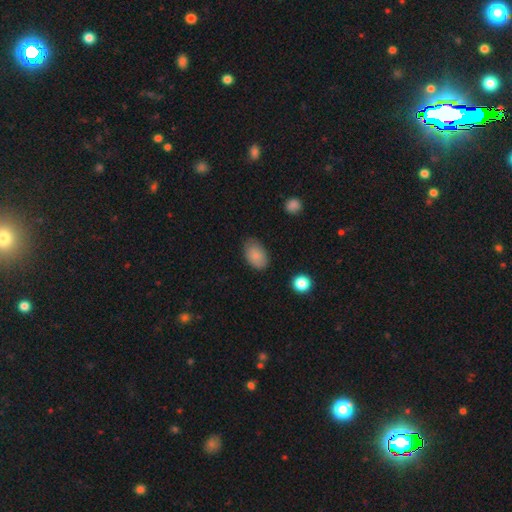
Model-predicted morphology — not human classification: Smooth or featured? smooth (85%)
How rounded? in between (90%)
Merging? none (76%)